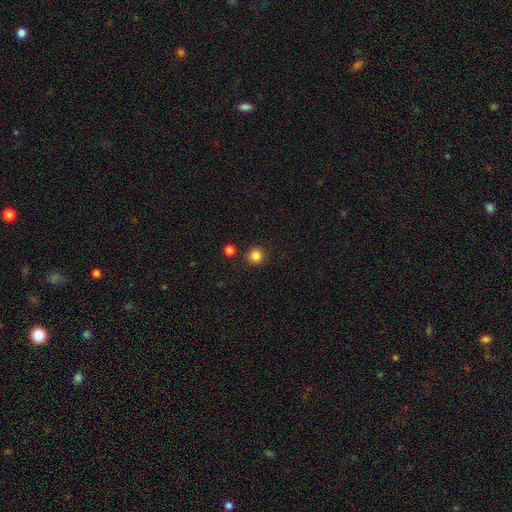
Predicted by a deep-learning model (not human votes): This appears to be a smooth galaxy with no disk features (84%) that is round (93%). Merging: none (87%).